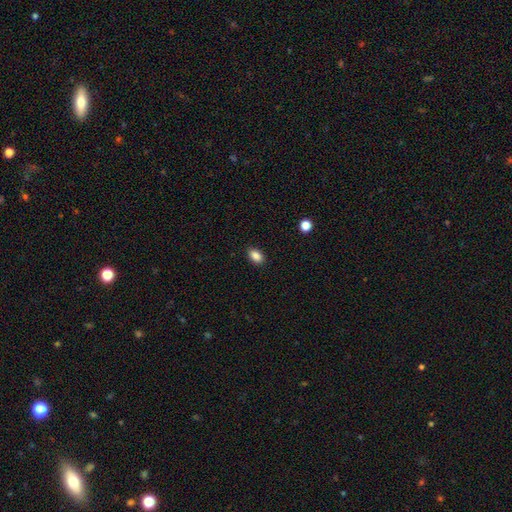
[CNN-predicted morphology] Smooth or featured? Predicted: smooth (p=0.87). How rounded? Predicted: in between (p=0.86). Merging? Predicted: none (p=0.89).